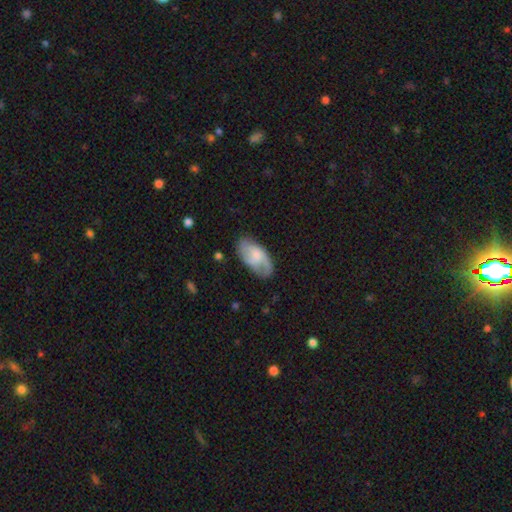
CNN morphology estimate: Smooth or featured? featured or disk (51%)
Edge-on disk? no (94%)
Merging? none (66%)